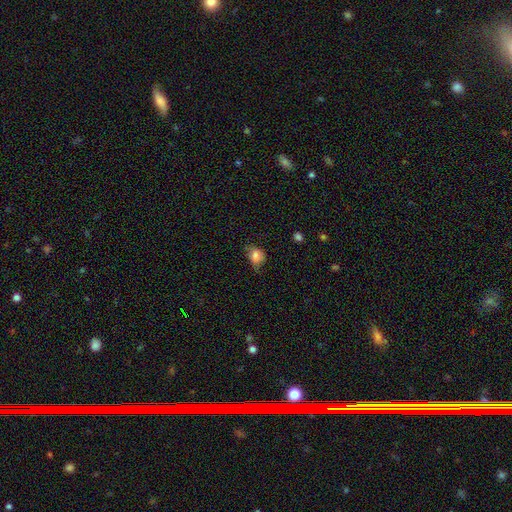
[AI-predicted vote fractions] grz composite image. It shows a smooth galaxy with no disk features (81%) that is in between round and cigar-shaped (52%). Merging: none (52%).